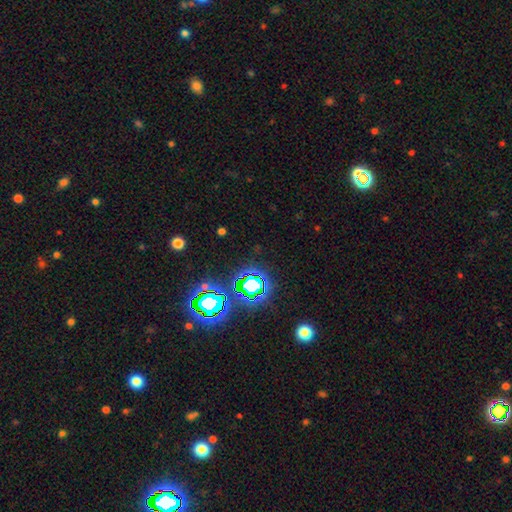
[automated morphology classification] Q: Smooth or featured?
A: star or artifact (77%); runner-up: smooth (14%)